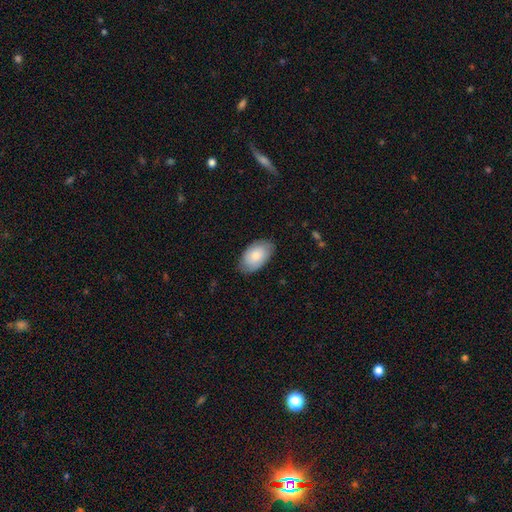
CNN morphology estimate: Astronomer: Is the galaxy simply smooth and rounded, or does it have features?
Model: smooth — 80%.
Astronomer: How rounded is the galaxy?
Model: in between — 94%.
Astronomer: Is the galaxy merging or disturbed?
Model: none — 81%.